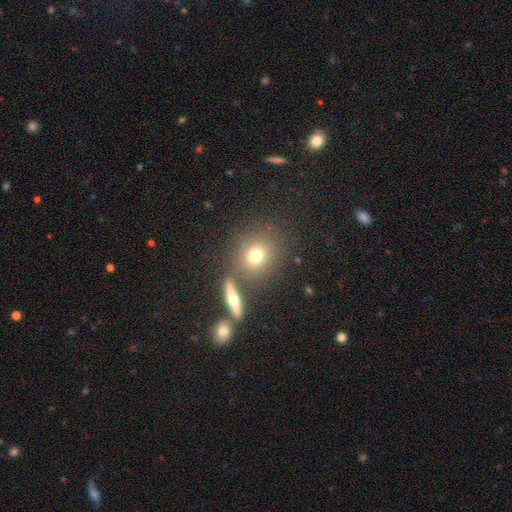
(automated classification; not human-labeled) Morphology: type=smooth (72%); roundness=round (77%); merging=none (72%).